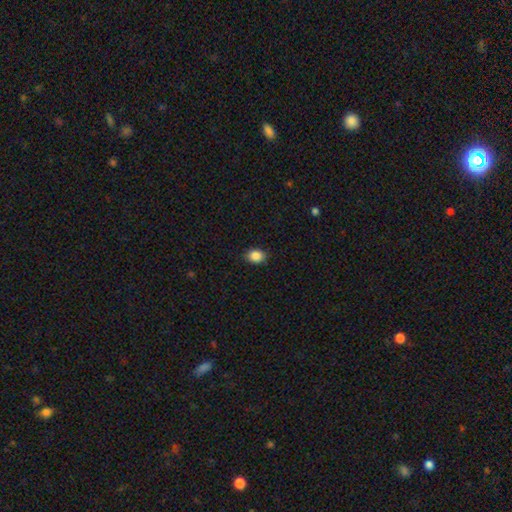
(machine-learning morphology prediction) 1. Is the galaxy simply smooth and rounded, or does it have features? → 87% smooth, 9% star or artifact, 4% featured or disk.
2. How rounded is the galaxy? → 67% in between, 32% round, 1% cigar-shaped.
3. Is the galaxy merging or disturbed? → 87% none, 10% minor disturbance, 2% major disturbance, 1% merger.